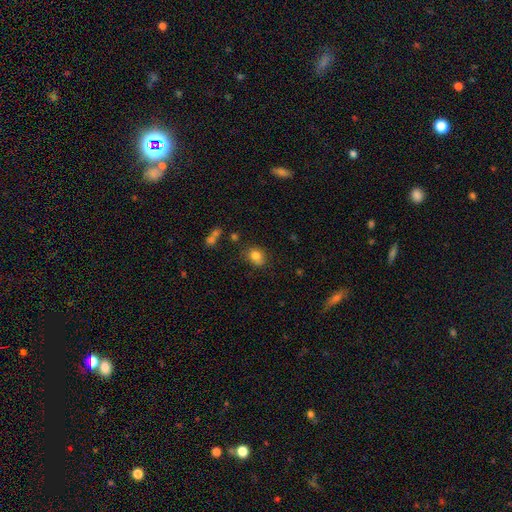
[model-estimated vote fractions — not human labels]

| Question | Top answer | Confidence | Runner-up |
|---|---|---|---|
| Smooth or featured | smooth | 81% | star or artifact (11%) |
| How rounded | round | 54% | in between (45%) |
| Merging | none | 71% | minor disturbance (20%) |